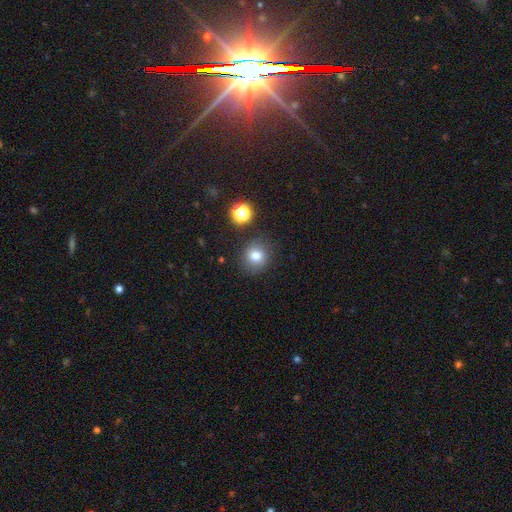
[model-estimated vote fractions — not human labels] smooth 77%, star or artifact 14%, featured or disk 8%. Down the decision tree: how rounded — round (84%); merging — none (83%).